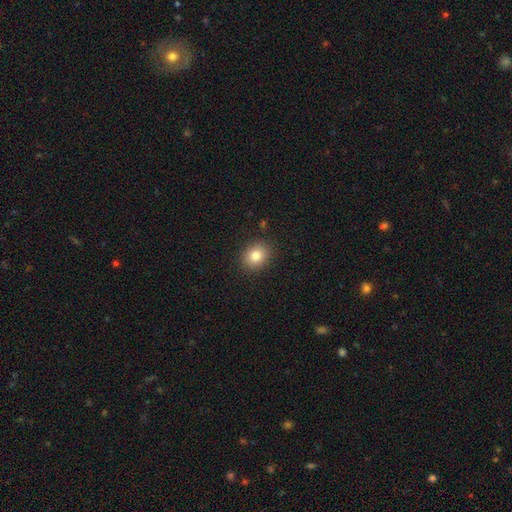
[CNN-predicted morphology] Smooth or featured: smooth — 82% (star or artifact — 10%)
How rounded: round — 60% (in between — 39%)
Merging: none — 88% (minor disturbance — 8%)